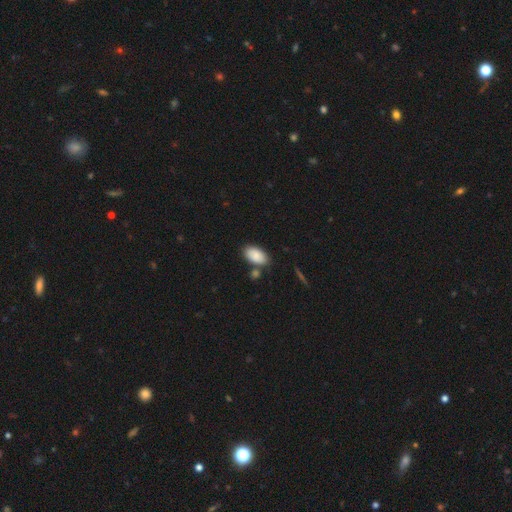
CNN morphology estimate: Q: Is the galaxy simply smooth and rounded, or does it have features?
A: smooth — 86%.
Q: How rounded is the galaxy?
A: in between — 94%.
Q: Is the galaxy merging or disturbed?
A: none — 71%.